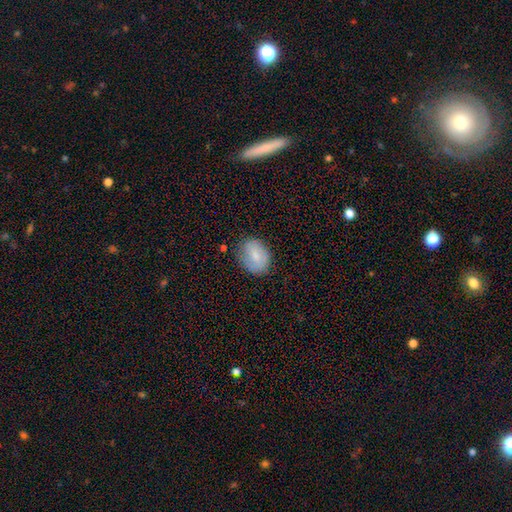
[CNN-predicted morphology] Q: Smooth or featured?
A: smooth (77%); runner-up: featured or disk (15%)
Q: How rounded?
A: in between (63%); runner-up: round (36%)
Q: Merging?
A: none (75%); runner-up: minor disturbance (19%)